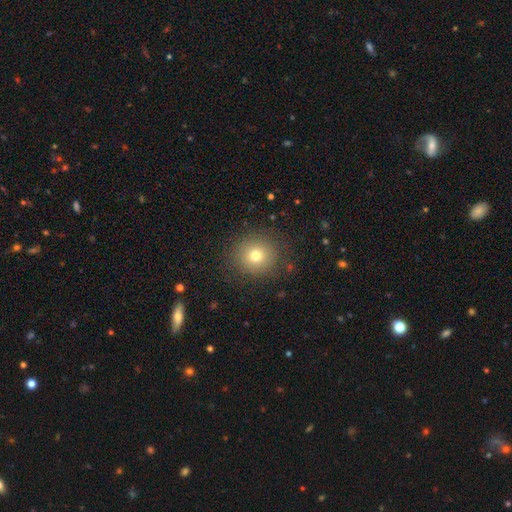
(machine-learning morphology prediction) Q: Smooth or featured?
A: smooth (75%); runner-up: star or artifact (15%)
Q: How rounded?
A: round (92%); runner-up: in between (7%)
Q: Merging?
A: none (88%); runner-up: minor disturbance (8%)